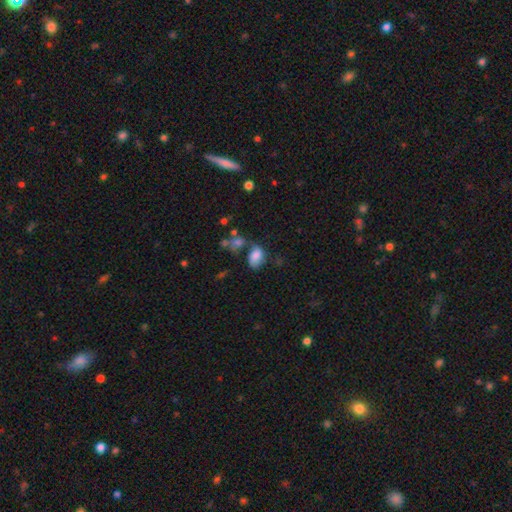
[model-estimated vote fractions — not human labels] Smooth or featured? smooth (75%)
How rounded? in between (83%)
Merging? none (39%)